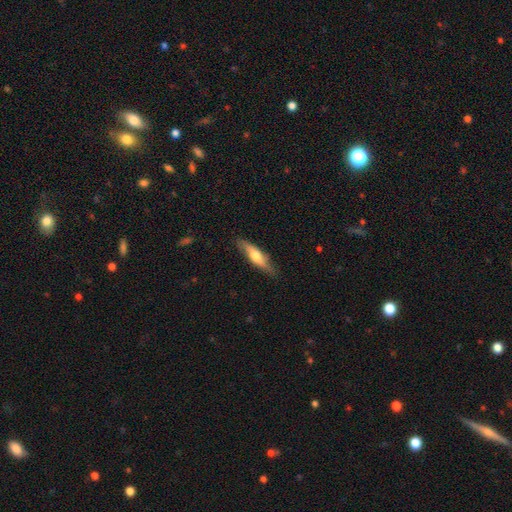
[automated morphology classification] Smooth or featured? smooth (52%)
How rounded? cigar-shaped (71%)
Merging? none (81%)